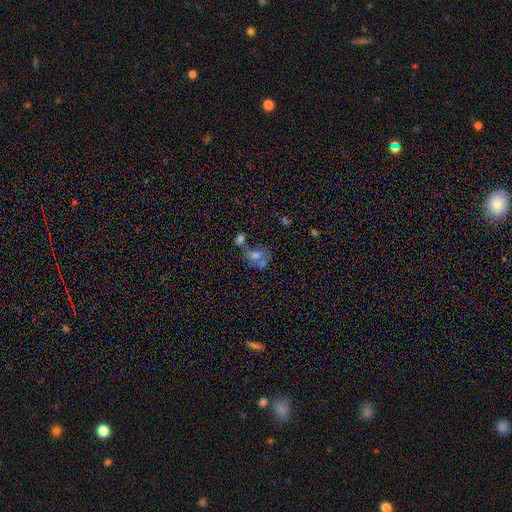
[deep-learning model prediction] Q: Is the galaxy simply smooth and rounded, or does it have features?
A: smooth — 46%.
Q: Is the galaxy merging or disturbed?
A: merger — 44%.